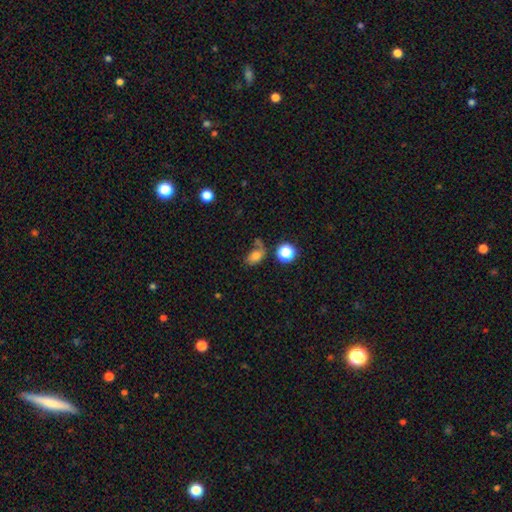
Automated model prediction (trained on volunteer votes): smooth_or_featured: smooth (p=0.75) [alt: star or artifact p=0.14]
how_rounded: in between (p=0.81) [alt: round p=0.17]
merging: none (p=0.45) [alt: minor disturbance p=0.22]